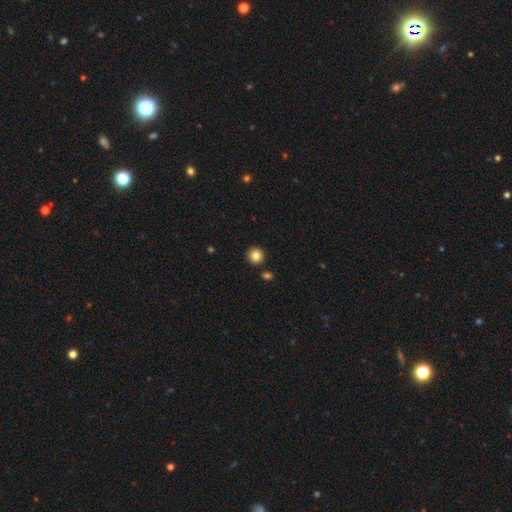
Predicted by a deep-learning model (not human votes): A smooth galaxy with no disk features (83%) that is round (95%). Merging: none (90%).